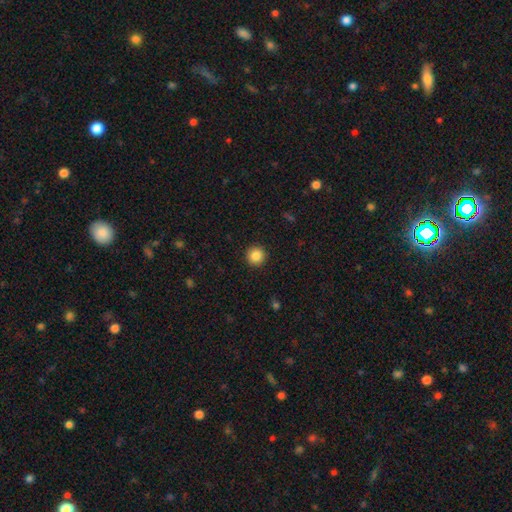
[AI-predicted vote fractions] smooth 86%, star or artifact 10%, featured or disk 4%. Down the decision tree: how rounded — round (95%); merging — none (93%).